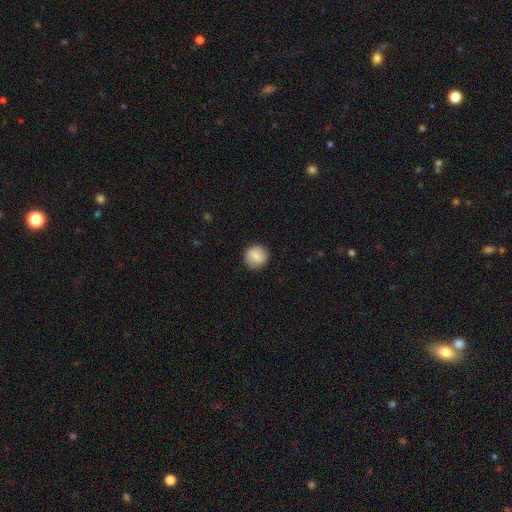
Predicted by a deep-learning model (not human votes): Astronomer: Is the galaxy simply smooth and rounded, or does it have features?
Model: smooth — 82%.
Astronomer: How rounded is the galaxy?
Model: round — 92%.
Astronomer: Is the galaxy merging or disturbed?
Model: none — 88%.